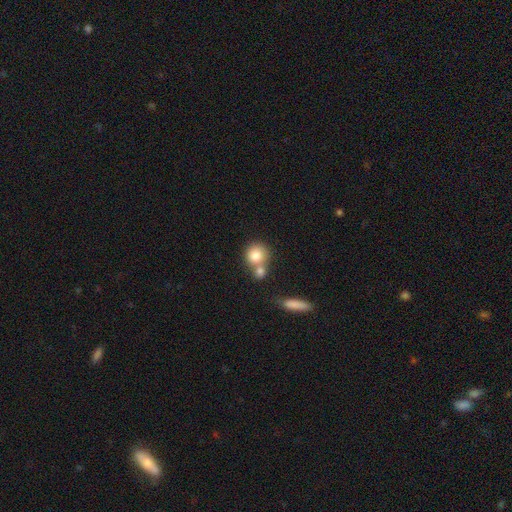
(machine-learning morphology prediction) The model was most divided on "merging": merger: 48%, none: 41%, minor disturbance: 8%, major disturbance: 3%. More confident: how rounded — round (83%); smooth or featured — smooth (80%).